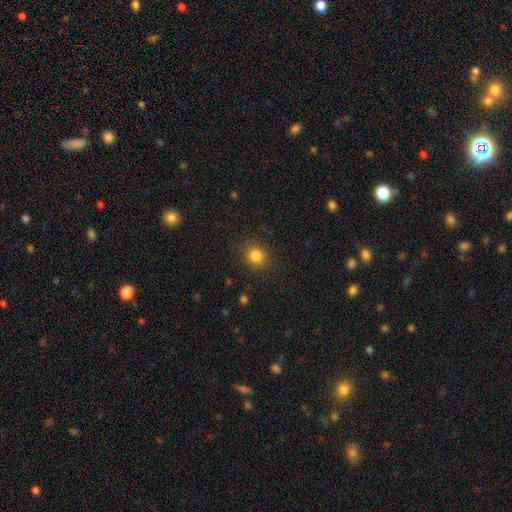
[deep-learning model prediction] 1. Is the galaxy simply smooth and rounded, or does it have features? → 84% smooth, 12% star or artifact, 4% featured or disk.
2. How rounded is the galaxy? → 85% round, 14% in between, 1% cigar-shaped.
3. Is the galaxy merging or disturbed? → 89% none, 7% minor disturbance, 3% major disturbance, 1% merger.